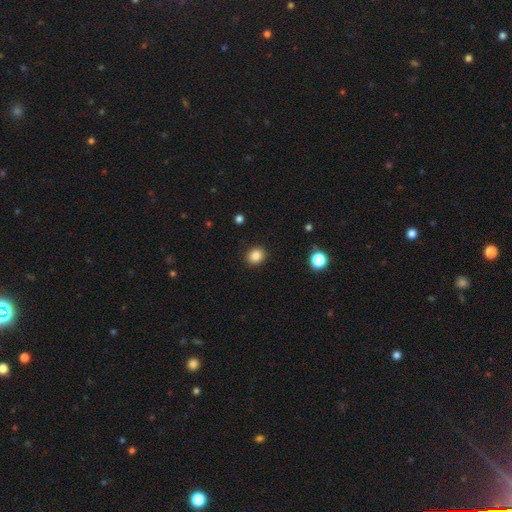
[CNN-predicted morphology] smooth-or-featured: smooth: 86% | star or artifact: 10% | featured or disk: 4%
  how-rounded: round: 66% | in between: 33% | cigar-shaped: 1%
  merging: none: 90% | minor disturbance: 7% | major disturbance: 2% | merger: 1%